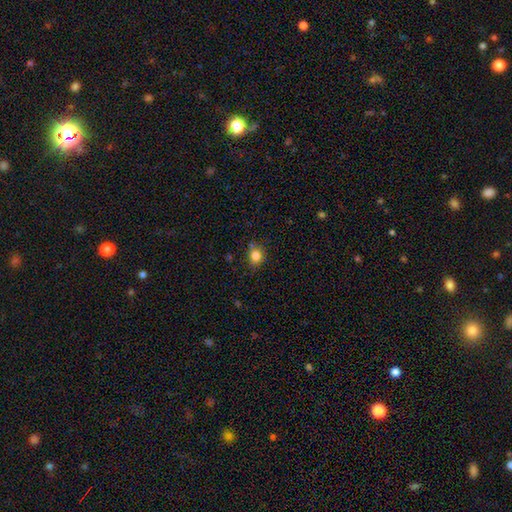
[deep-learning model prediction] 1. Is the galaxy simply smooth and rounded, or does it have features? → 82% smooth, 11% star or artifact, 6% featured or disk.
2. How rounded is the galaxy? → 73% round, 26% in between, 1% cigar-shaped.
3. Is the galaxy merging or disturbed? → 75% none, 17% minor disturbance, 5% merger, 4% major disturbance.